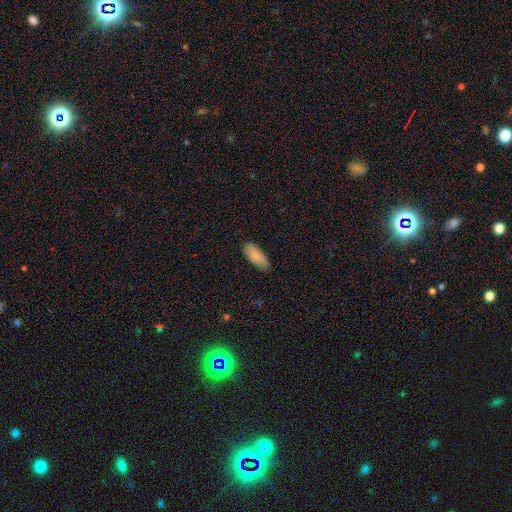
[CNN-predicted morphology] This appears to be a smooth galaxy with no disk features (84%) that is in between round and cigar-shaped (75%). Merging: none (80%).